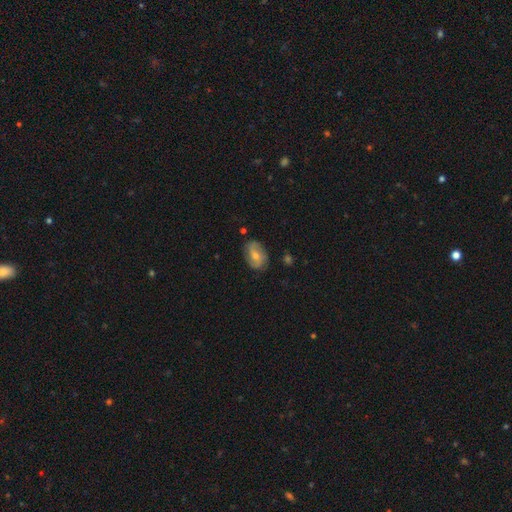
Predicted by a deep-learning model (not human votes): Overall: featured or disk (53%; smooth 39%). Edge-on disk: no (96%). Bar: no (47%; weak 41%). Spiral arms: yes (84%). Bulge size: moderate (55%; small 39%). Merging: none (75%).